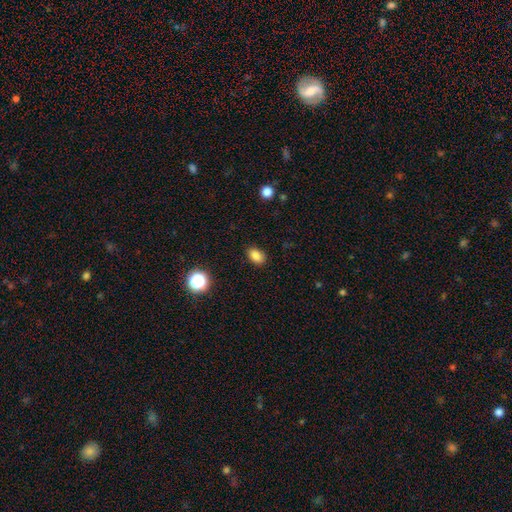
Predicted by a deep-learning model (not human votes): Morphology: type=smooth (84%); roundness=in between (80%); merging=none (87%).